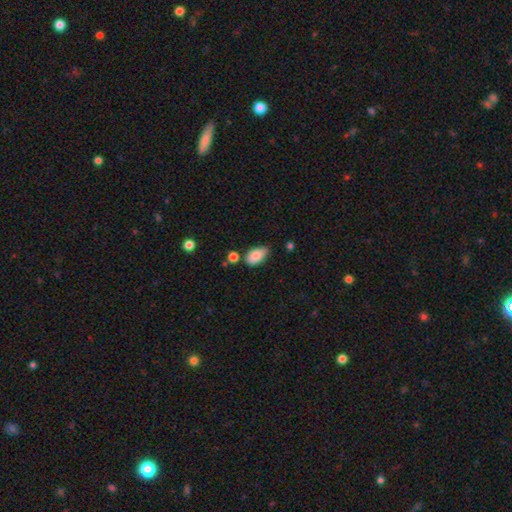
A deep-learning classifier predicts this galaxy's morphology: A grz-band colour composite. It shows a smooth galaxy with no disk features (83%) that is in between round and cigar-shaped (91%). Merging: none (54%).